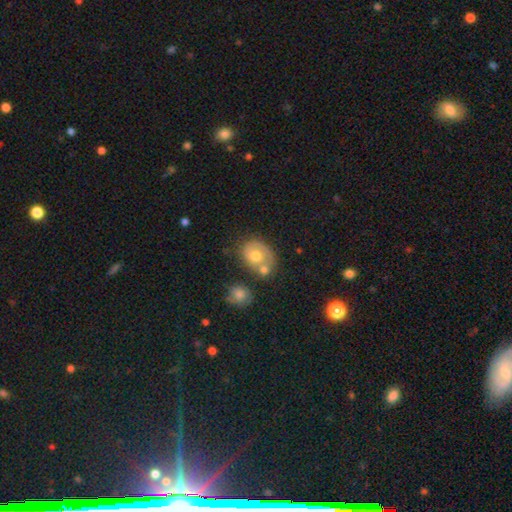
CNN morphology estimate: smooth_or_featured: smooth (p=0.48) [alt: featured or disk p=0.45]
merging: none (p=0.38) [alt: merger p=0.33]